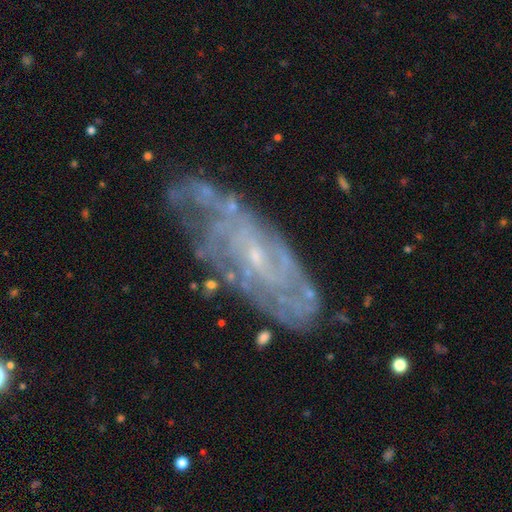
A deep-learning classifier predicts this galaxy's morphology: Smooth or featured: featured or disk — 82% (smooth — 11%)
Edge-on disk: no — 88% (yes — 12%)
Bar: no — 61% (weak — 32%)
Spiral arms: yes — 89% (no — 11%)
Spiral winding: tight — 64% (medium — 28%)
Spiral arm count: can't tell — 51% (2 — 15%)
Bulge size: small — 82% (moderate — 11%)
Merging: none — 67% (minor disturbance — 22%)